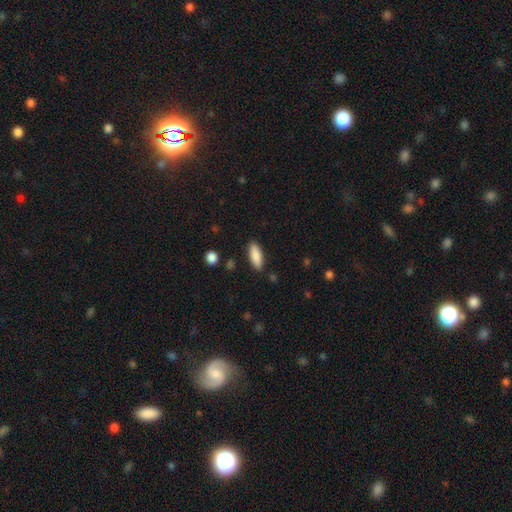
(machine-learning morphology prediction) smooth 86%, featured or disk 8%, star or artifact 6%. Down the decision tree: how rounded — in between (66%); merging — none (87%).